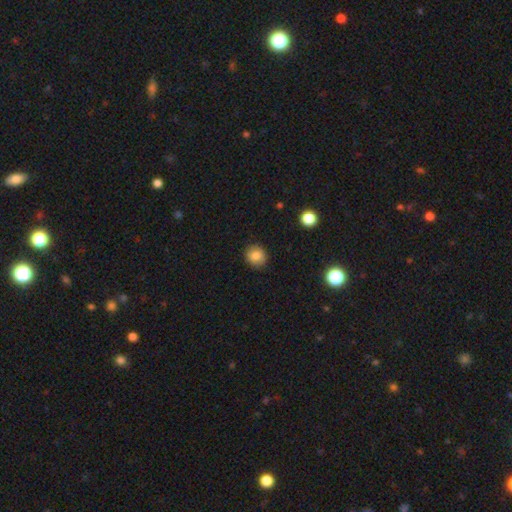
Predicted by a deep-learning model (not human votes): Overall: smooth (83%). How rounded: round (85%). Merging: none (89%).